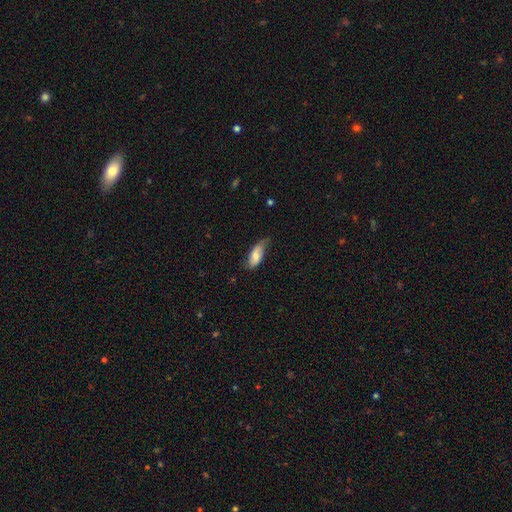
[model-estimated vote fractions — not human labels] Morphology: type=smooth (67%); roundness=in between (82%); merging=none (48%).